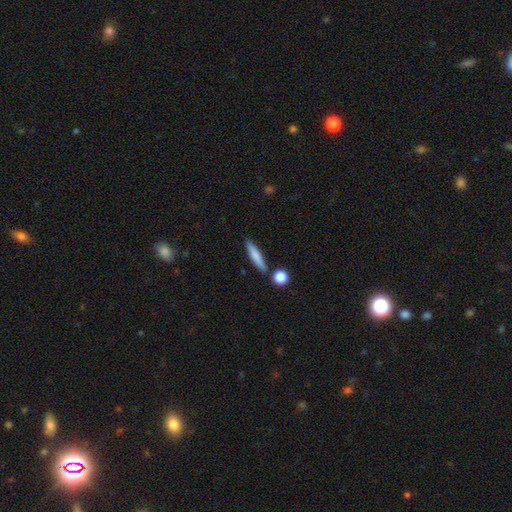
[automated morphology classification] Overall: smooth (78%). How rounded: cigar-shaped (84%). Merging: none (83%).